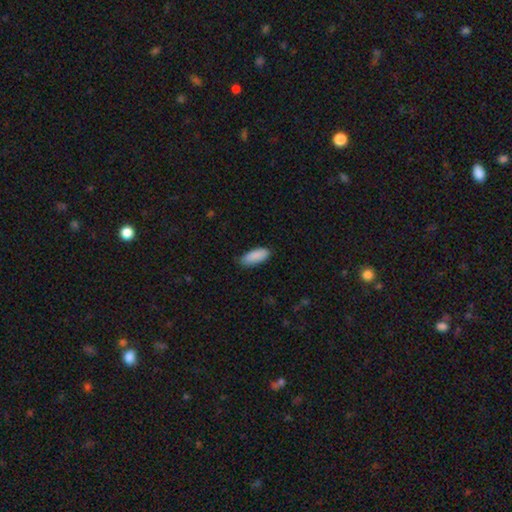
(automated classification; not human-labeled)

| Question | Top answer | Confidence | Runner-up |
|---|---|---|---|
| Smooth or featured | smooth | 90% | star or artifact (6%) |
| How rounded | in between | 80% | cigar-shaped (18%) |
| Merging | none | 80% | minor disturbance (17%) |